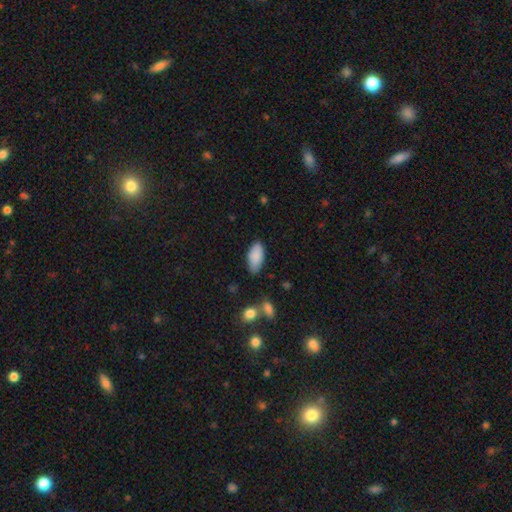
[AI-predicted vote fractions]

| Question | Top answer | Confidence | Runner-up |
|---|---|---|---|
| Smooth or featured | smooth | 87% | featured or disk (6%) |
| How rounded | in between | 90% | cigar-shaped (8%) |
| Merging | none | 78% | minor disturbance (17%) |